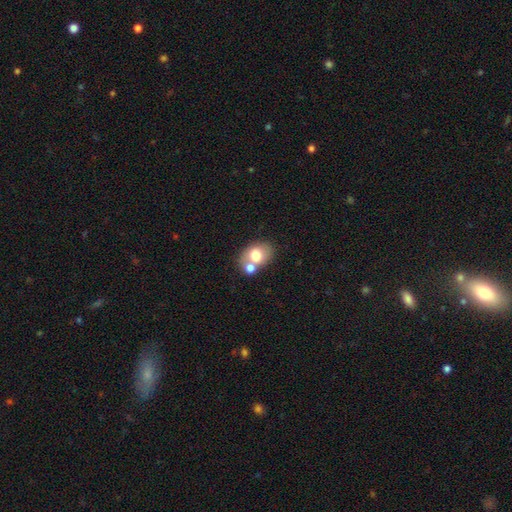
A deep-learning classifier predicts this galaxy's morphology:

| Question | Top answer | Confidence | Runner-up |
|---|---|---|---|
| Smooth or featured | smooth | 71% | featured or disk (20%) |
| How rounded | in between | 68% | round (31%) |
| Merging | none | 50% | merger (35%) |